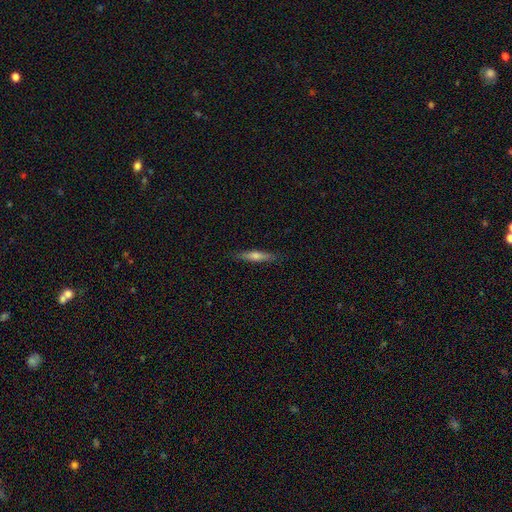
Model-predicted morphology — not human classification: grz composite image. It shows a featured or disk galaxy (50%). Merging: none (89%).